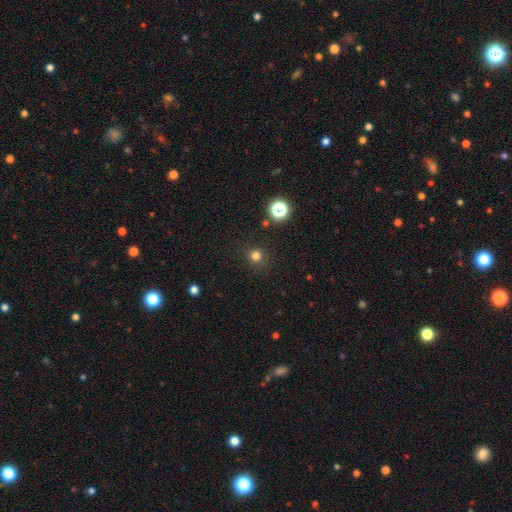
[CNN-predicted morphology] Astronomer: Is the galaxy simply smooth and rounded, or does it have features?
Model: smooth — 76%.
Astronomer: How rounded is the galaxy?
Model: round — 92%.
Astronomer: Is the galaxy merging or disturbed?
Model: none — 87%.